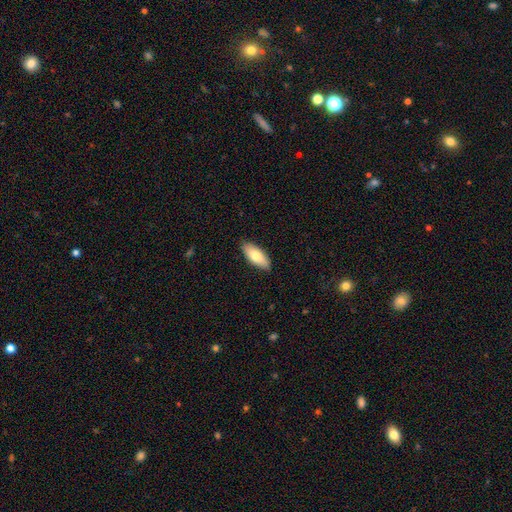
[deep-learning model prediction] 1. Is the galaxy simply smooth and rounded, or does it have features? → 78% smooth, 17% featured or disk, 6% star or artifact.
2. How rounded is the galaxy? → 81% in between, 17% cigar-shaped, 2% round.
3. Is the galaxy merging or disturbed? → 88% none, 9% minor disturbance, 2% major disturbance, 1% merger.